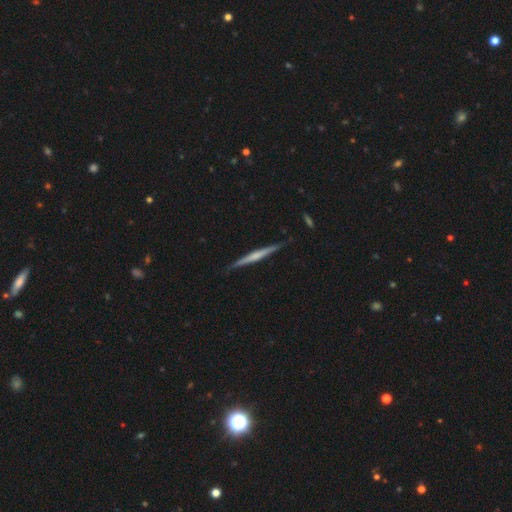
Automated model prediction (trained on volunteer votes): Overall: featured or disk (64%; smooth 30%). Edge-on disk: yes (98%). Edge-on bulge: rounded (48%; none 38%). Merging: none (88%).